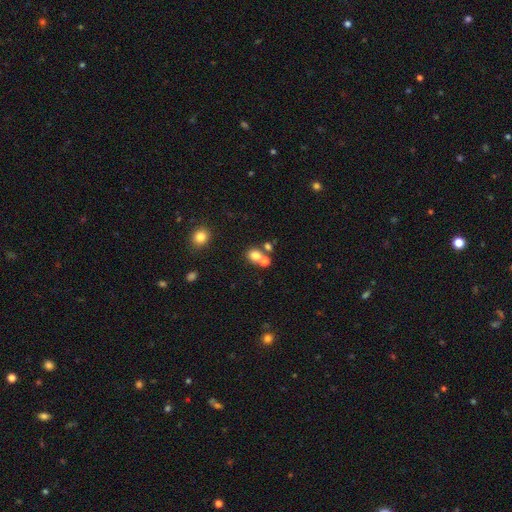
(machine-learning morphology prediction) Smooth or featured?
  - smooth: 75% *
  - star or artifact: 14%
  - featured or disk: 11%
How rounded?
  - round: 73% *
  - in between: 26%
  - cigar-shaped: 1%
Merging?
  - none: 46% *
  - merger: 43%
  - minor disturbance: 7%
  - major disturbance: 4%